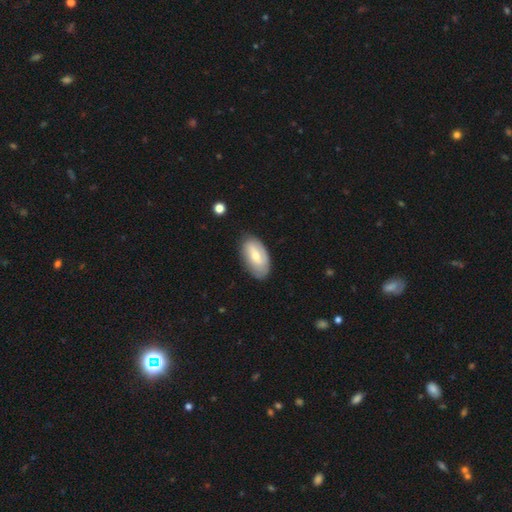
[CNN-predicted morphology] Smooth or featured? smooth (58%)
How rounded? in between (94%)
Merging? none (77%)